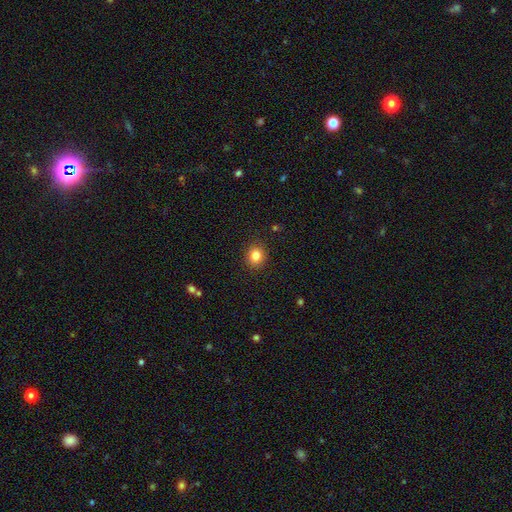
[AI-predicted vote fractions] The model was most divided on "how rounded": round: 77%, in between: 22%, cigar-shaped: 1%. More confident: merging — none (90%); smooth or featured — smooth (83%).